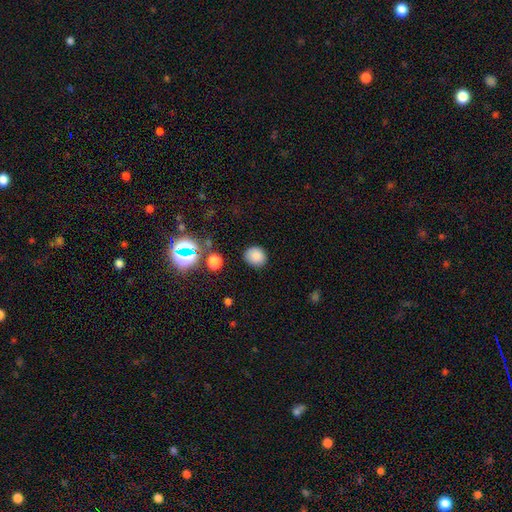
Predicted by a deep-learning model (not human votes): The model was most divided on "how rounded": round: 77%, in between: 22%, cigar-shaped: 1%. More confident: merging — none (85%); smooth or featured — smooth (81%).